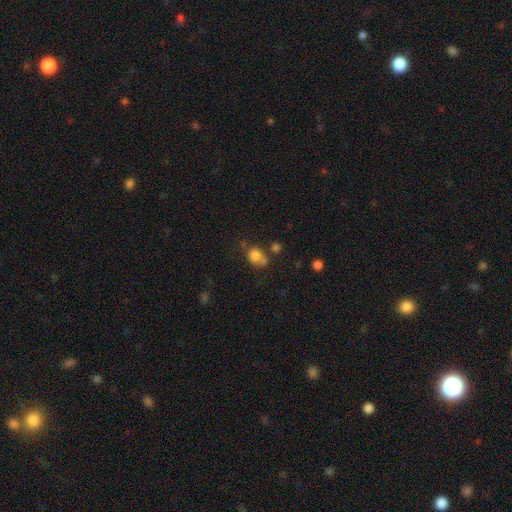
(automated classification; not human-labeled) Smooth or featured: smooth — 78% (star or artifact — 12%)
How rounded: round — 64% (in between — 34%)
Merging: none — 48% (merger — 28%)